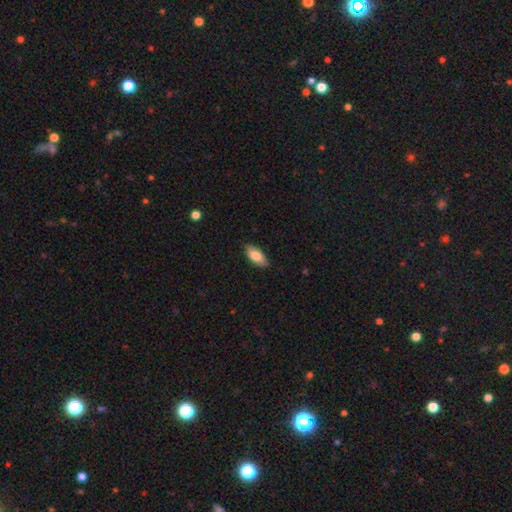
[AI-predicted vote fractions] The model was most divided on "smooth or featured": smooth: 78%, featured or disk: 15%, star or artifact: 6%. More confident: how rounded — in between (90%); merging — none (85%).